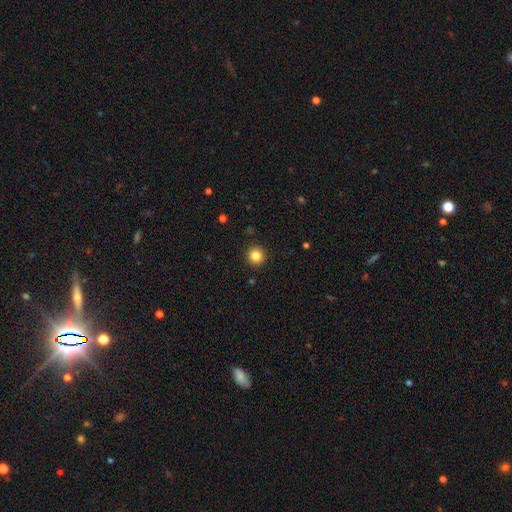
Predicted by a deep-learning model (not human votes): This appears to be a smooth galaxy with no disk features (84%) that is round (94%). Merging: none (92%).